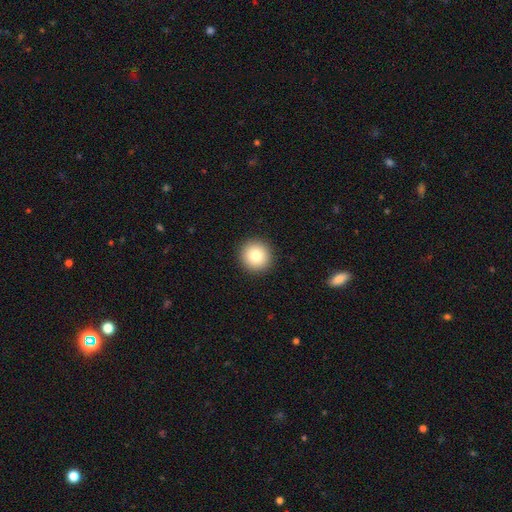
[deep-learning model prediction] Q: Smooth or featured?
A: smooth (83%); runner-up: star or artifact (9%)
Q: How rounded?
A: round (95%); runner-up: in between (4%)
Q: Merging?
A: none (93%); runner-up: minor disturbance (5%)